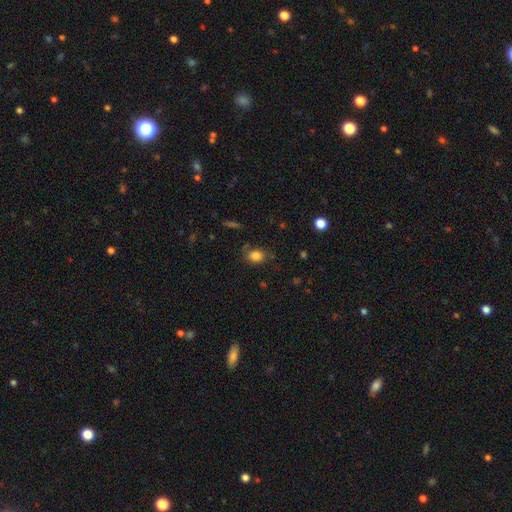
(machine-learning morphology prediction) type=smooth (82%); roundness=in between (52%); merging=none (71%).